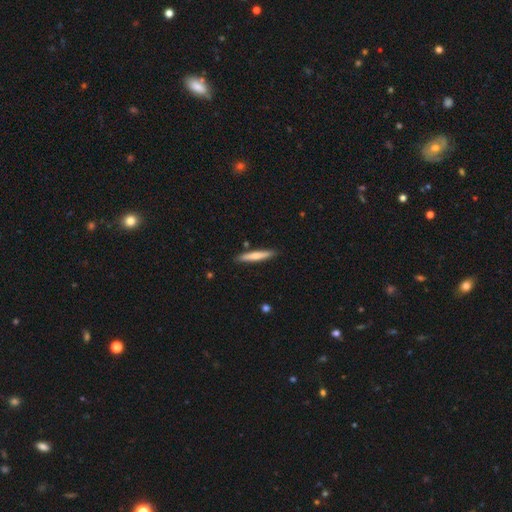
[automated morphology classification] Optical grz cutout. It shows a smooth galaxy with no disk features (64%) that is cigar-shaped (93%). Merging: none (88%).